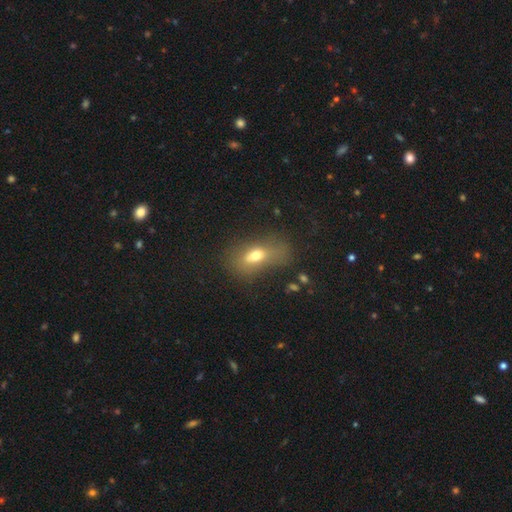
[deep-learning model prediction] This is likely a smooth galaxy (63%). How rounded: clearly in between (80%). Merging: possibly none (46%).